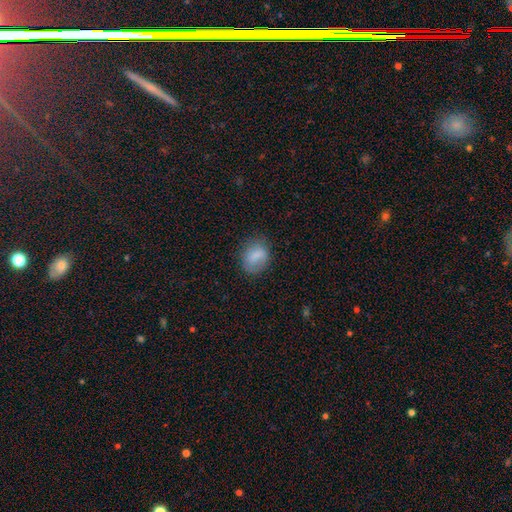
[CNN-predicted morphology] smooth_or_featured: smooth (p=0.78) [alt: featured or disk p=0.14]
how_rounded: in between (p=0.57) [alt: round p=0.42]
merging: none (p=0.71) [alt: minor disturbance p=0.20]